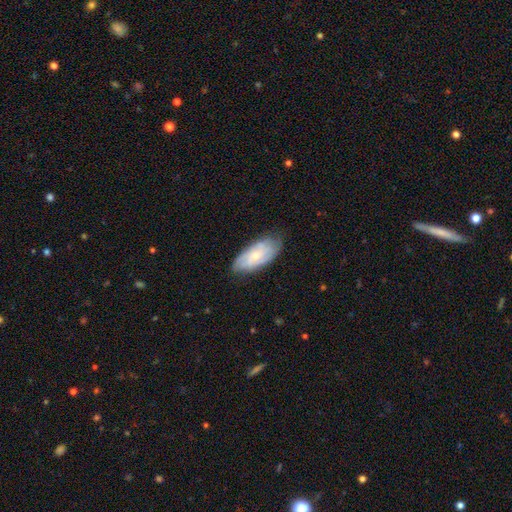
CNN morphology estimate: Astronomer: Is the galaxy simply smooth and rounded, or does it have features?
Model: featured or disk — 52% (runner-up: smooth, 42%).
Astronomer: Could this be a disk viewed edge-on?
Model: no — 91%.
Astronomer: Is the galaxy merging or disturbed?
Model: none — 72%.